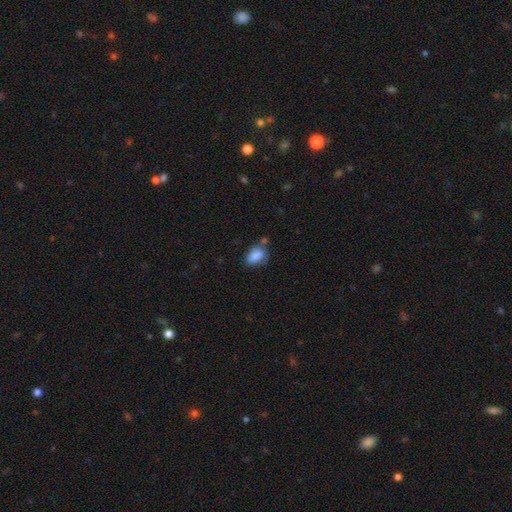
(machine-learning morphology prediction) Smooth or featured?
  - smooth: 85% *
  - star or artifact: 8%
  - featured or disk: 7%
How rounded?
  - in between: 86% *
  - round: 12%
  - cigar-shaped: 2%
Merging?
  - none: 56% *
  - minor disturbance: 26%
  - merger: 11%
  - major disturbance: 7%